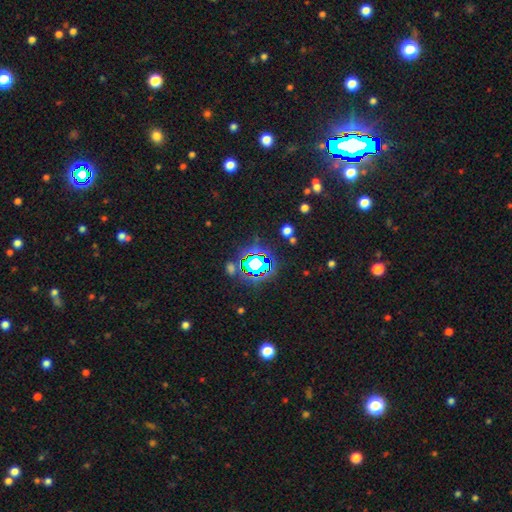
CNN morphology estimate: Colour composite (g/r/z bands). It shows a star or artifact, not a galaxy (73%).